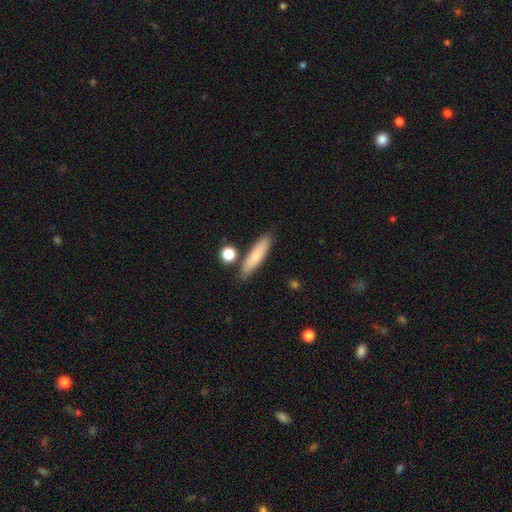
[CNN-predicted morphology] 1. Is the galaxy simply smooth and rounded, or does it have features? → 76% smooth, 17% featured or disk, 7% star or artifact.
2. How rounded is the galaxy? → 75% cigar-shaped, 22% in between, 2% round.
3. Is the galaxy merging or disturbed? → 81% none, 11% minor disturbance, 6% merger, 2% major disturbance.